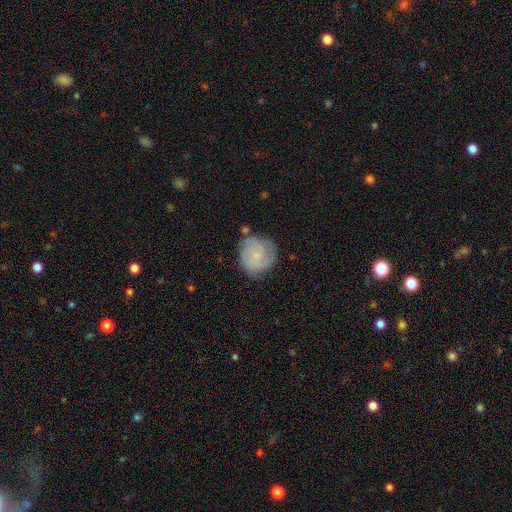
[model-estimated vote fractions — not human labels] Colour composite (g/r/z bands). It shows a featured or disk galaxy (56%) with no bar (75%), spiral arms (88%) and a small central bulge (71%). Merging: none (72%).